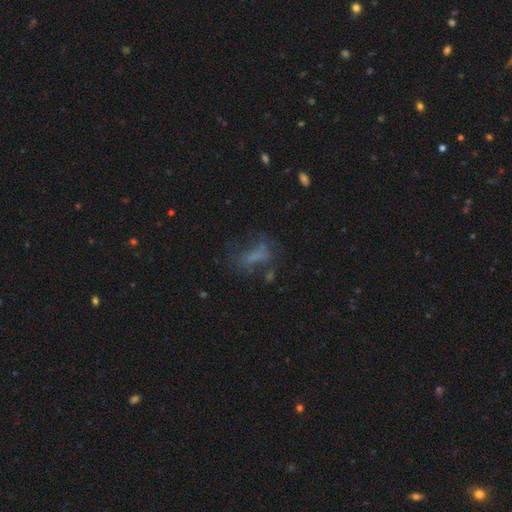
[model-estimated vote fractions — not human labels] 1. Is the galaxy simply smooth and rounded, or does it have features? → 49% smooth, 31% featured or disk, 21% star or artifact.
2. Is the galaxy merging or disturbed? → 45% none, 27% major disturbance, 20% minor disturbance, 7% merger.